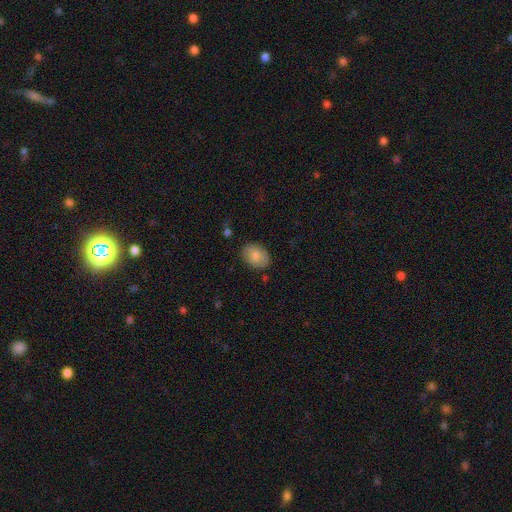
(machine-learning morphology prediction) smooth 81%, featured or disk 12%, star or artifact 7%. Down the decision tree: how rounded — in between (77%); merging — none (84%).